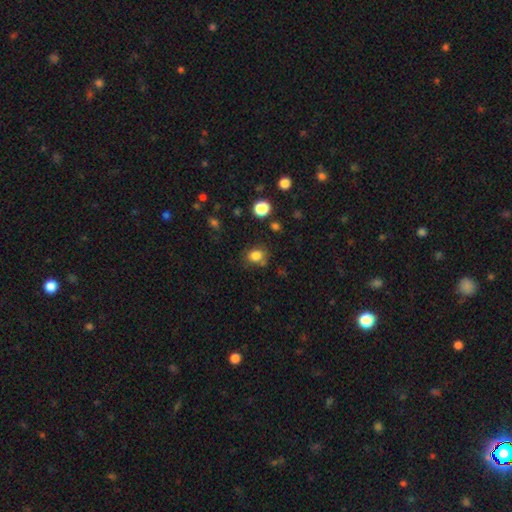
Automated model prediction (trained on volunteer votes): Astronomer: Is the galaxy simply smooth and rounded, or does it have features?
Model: smooth — 82%.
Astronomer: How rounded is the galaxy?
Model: round — 53% (runner-up: in between, 46%).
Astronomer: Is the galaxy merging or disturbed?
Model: none — 71%.